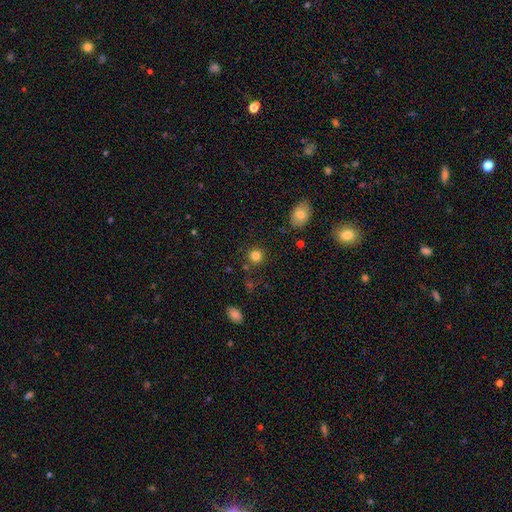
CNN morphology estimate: This appears to be a smooth galaxy with no disk features (82%) that is round (91%). Merging: none (85%).